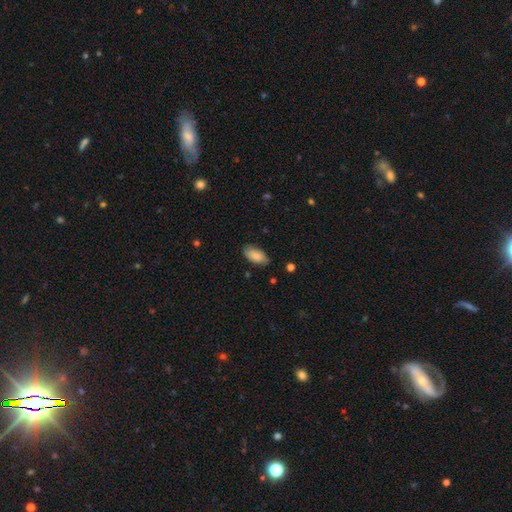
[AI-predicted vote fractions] This appears to be a smooth galaxy with no disk features (83%) that is in between round and cigar-shaped (93%). Merging: none (83%).